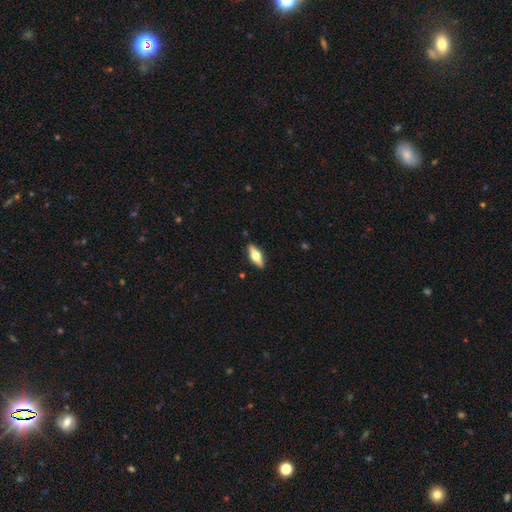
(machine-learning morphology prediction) smooth_or_featured: featured or disk (p=0.55) [alt: smooth p=0.39]
disk_edge_on: yes (p=0.93) [alt: no p=0.07]
edge_on_bulge: rounded (p=0.95) [alt: boxy p=0.03]
merging: none (p=0.90) [alt: minor disturbance p=0.08]